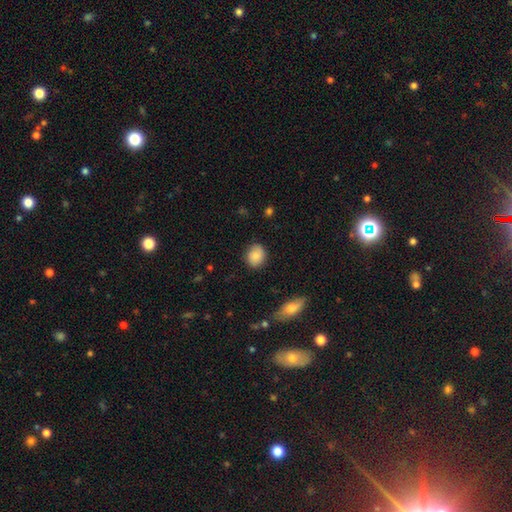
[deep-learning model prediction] The model was most divided on "how rounded": round: 60%, in between: 39%, cigar-shaped: 1%. More confident: merging — none (84%); smooth or featured — smooth (83%).